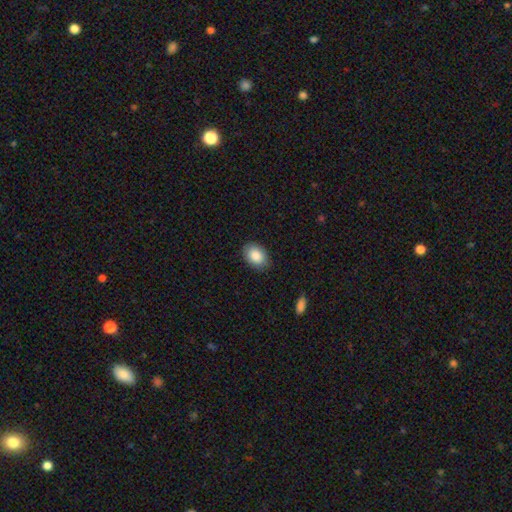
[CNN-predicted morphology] This is clearly a smooth galaxy (87%). How rounded: likely in between (80%). Merging: clearly none (86%).